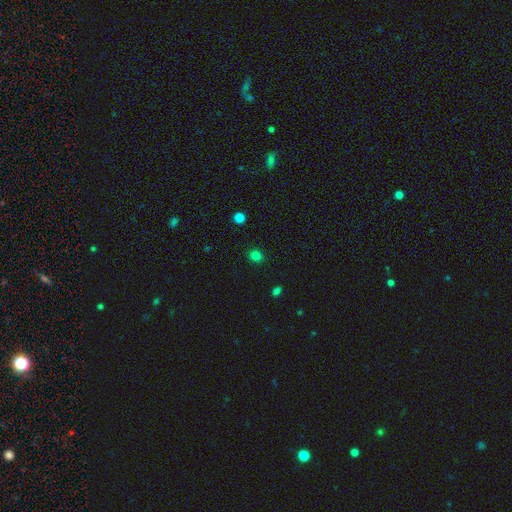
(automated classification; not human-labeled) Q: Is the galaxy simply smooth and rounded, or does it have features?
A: smooth — 81%.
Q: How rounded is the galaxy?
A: round — 75%.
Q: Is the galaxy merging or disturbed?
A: none — 90%.